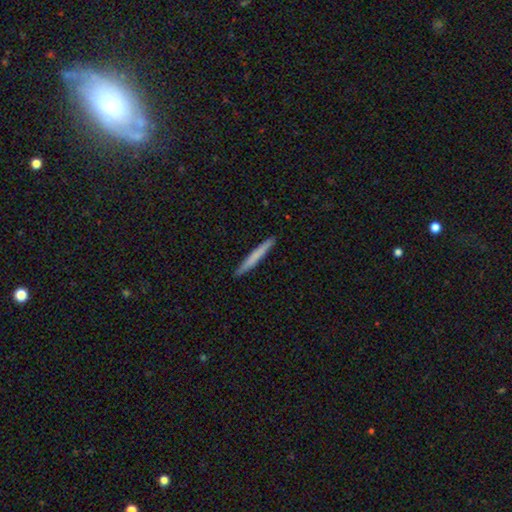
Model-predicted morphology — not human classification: This appears to be a smooth galaxy with no disk features (67%) that is cigar-shaped (97%). Merging: none (92%).